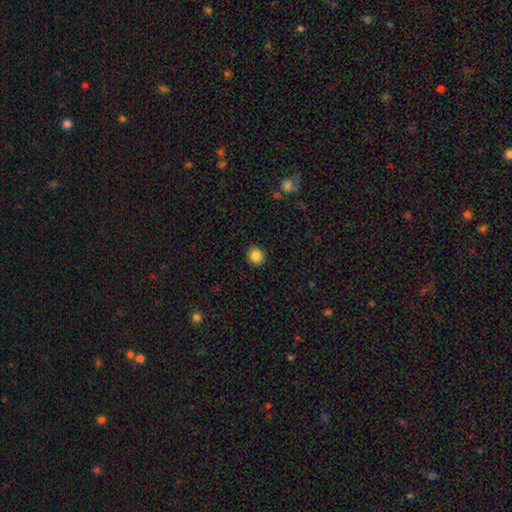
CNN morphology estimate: Overall: smooth (85%). How rounded: round (79%). Merging: none (91%).